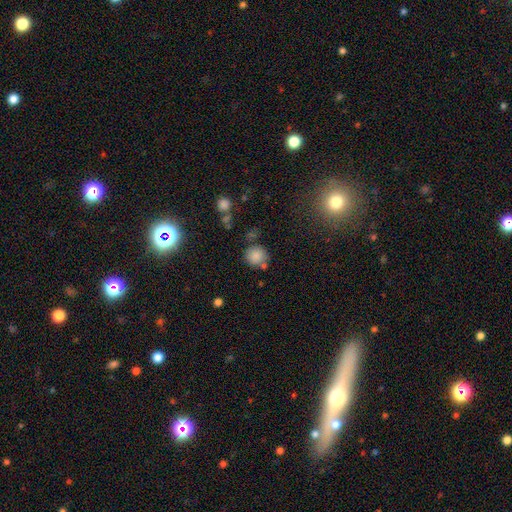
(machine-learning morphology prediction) This appears to be a smooth galaxy with no disk features (83%) that is round (89%). Merging: none (70%).